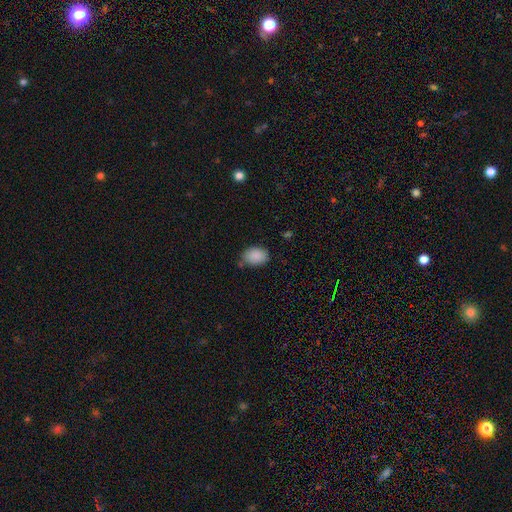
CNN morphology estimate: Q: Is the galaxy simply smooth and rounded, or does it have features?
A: smooth — 89%.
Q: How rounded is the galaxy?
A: in between — 81%.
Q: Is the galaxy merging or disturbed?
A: none — 71%.